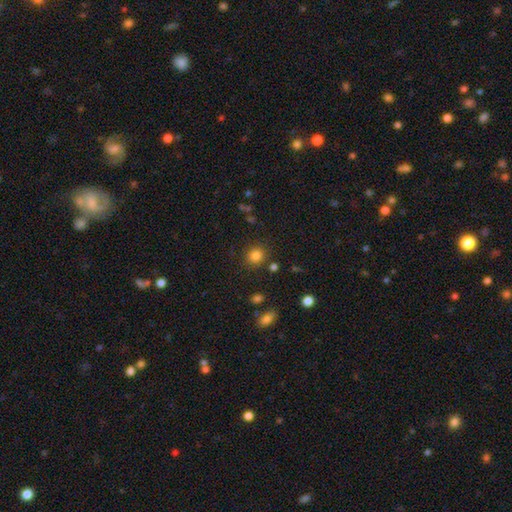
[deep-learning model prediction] Morphology: type=smooth (82%); roundness=round (84%); merging=none (84%).